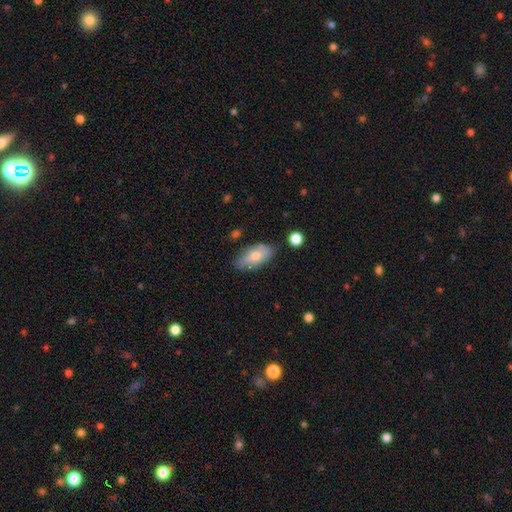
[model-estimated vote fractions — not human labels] Overall: smooth (74%). How rounded: in between (90%). Merging: none (74%).